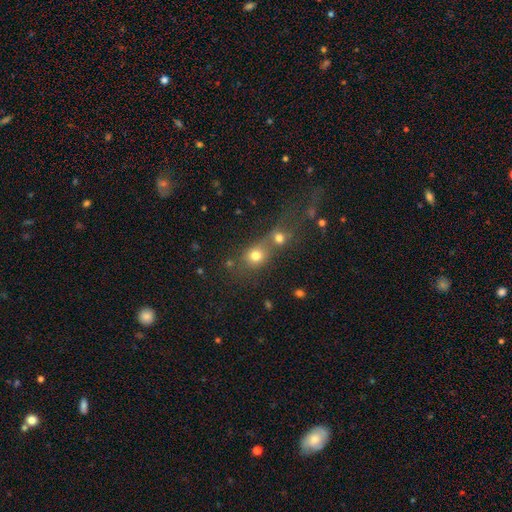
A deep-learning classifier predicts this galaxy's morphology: Smooth or featured? smooth (75%)
How rounded? round (73%)
Merging? merger (55%)